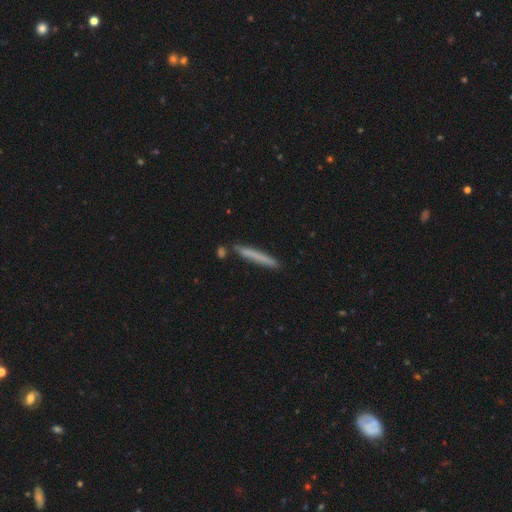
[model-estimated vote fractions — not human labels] Q: Smooth or featured?
A: smooth (69%); runner-up: featured or disk (25%)
Q: How rounded?
A: cigar-shaped (96%); runner-up: in between (3%)
Q: Merging?
A: none (82%); runner-up: minor disturbance (10%)